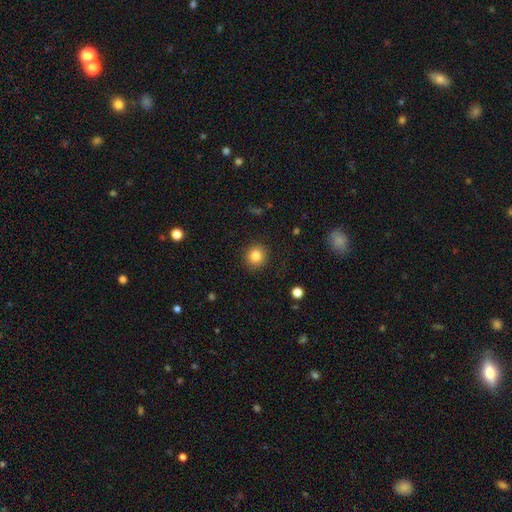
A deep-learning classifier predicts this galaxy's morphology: The model was most divided on "smooth or featured": smooth: 85%, star or artifact: 10%, featured or disk: 5%. More confident: merging — none (89%); how rounded — round (88%).